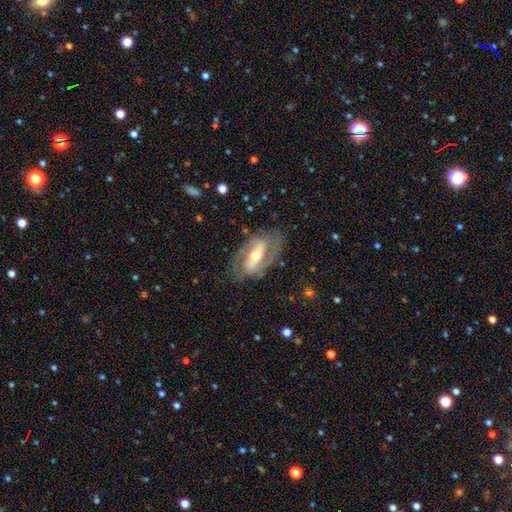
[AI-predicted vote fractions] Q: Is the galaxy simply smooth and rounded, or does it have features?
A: featured or disk — 80%.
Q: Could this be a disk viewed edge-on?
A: no — 92%.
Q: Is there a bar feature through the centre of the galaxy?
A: strong — 56%.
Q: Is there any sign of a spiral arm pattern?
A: yes — 80%.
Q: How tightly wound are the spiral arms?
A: medium — 48%.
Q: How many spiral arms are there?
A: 2 — 86%.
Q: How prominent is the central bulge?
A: moderate — 65%.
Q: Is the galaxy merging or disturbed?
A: none — 74%.